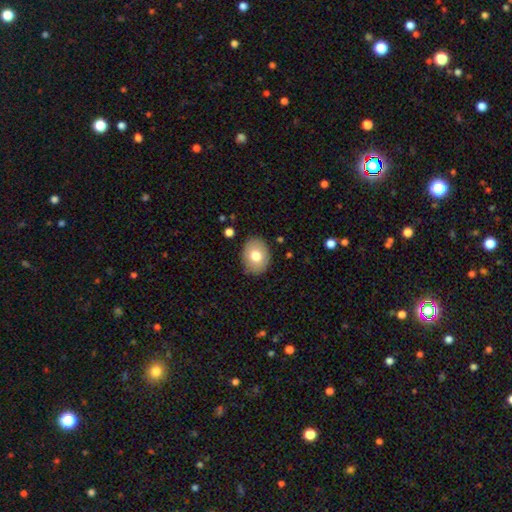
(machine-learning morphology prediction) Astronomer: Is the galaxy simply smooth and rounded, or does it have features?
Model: smooth — 74%.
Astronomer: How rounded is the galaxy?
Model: in between — 62%.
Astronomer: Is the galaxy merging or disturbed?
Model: none — 86%.